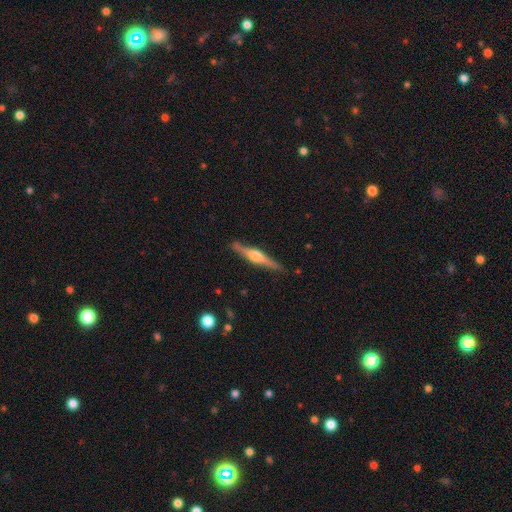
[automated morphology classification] Q: Smooth or featured?
A: featured or disk (72%); runner-up: smooth (22%)
Q: Edge-on disk?
A: yes (97%); runner-up: no (3%)
Q: Edge-on bulge?
A: rounded (88%); runner-up: boxy (8%)
Q: Merging?
A: none (87%); runner-up: minor disturbance (10%)